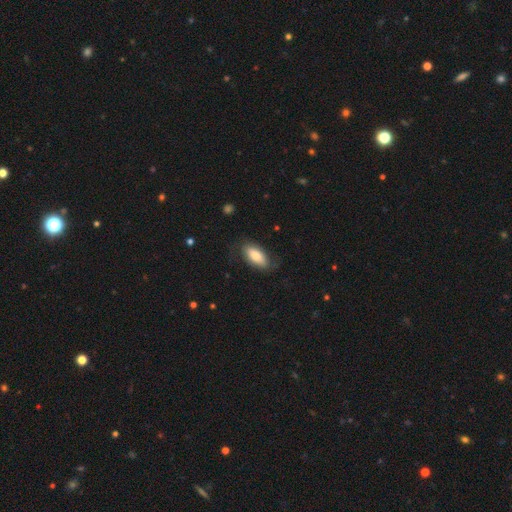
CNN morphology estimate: smooth 79%, featured or disk 16%, star or artifact 6%. Down the decision tree: how rounded — in between (87%); merging — none (73%).